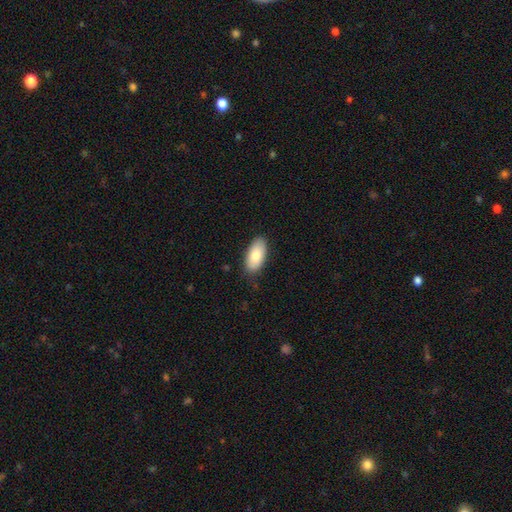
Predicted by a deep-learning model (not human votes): Smooth or featured? Predicted: smooth (p=0.80). How rounded? Predicted: in between (p=0.93). Merging? Predicted: none (p=0.85).